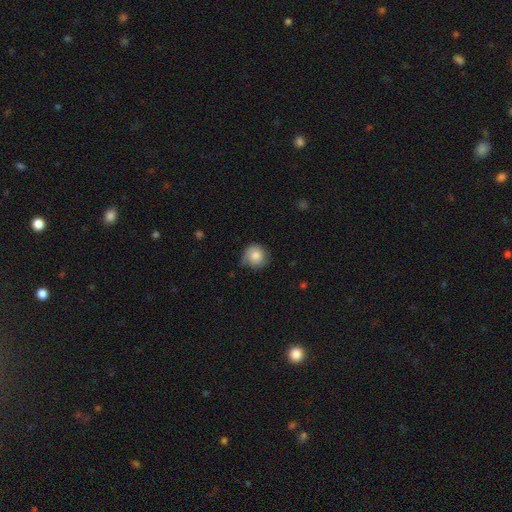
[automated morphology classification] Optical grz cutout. It shows a smooth galaxy with no disk features (80%) that is round (89%). Merging: none (64%).